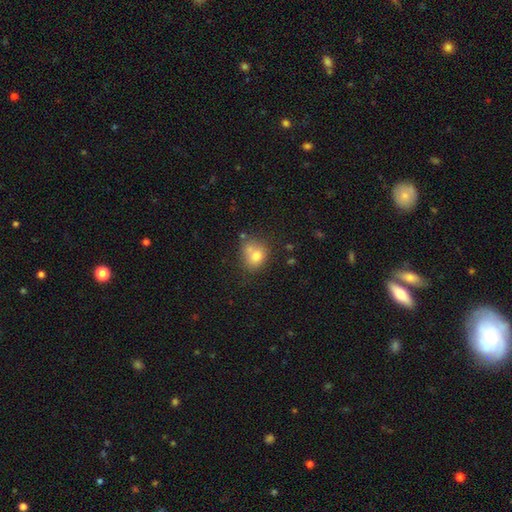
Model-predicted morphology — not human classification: smooth 73%, featured or disk 16%, star or artifact 11%. Down the decision tree: how rounded — round (59%); merging — none (41%).